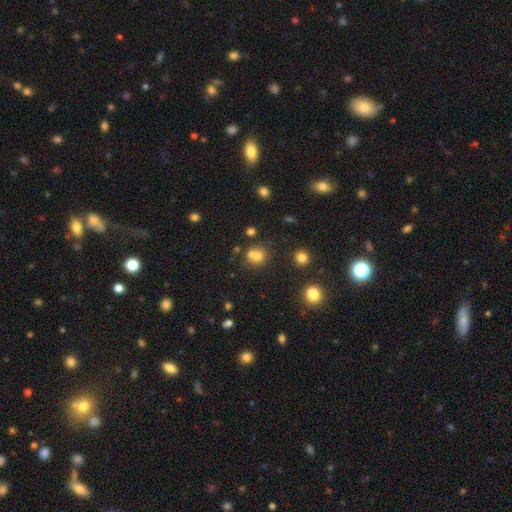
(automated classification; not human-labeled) smooth_or_featured: smooth (p=0.71) [alt: star or artifact p=0.16]
how_rounded: round (p=0.79) [alt: in between p=0.20]
merging: none (p=0.44) [alt: merger p=0.43]